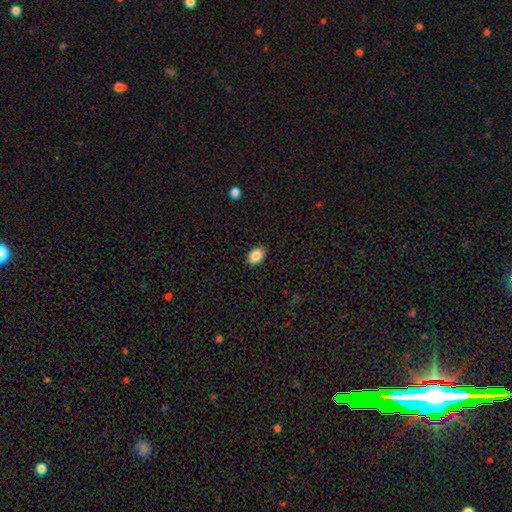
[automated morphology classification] type=smooth (88%); roundness=in between (84%); merging=none (88%).